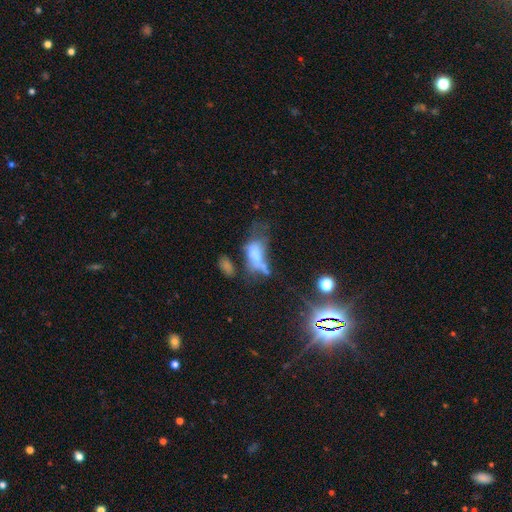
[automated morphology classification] Smooth or featured?
  - smooth: 52% *
  - featured or disk: 33%
  - star or artifact: 14%
How rounded?
  - in between: 84% *
  - cigar-shaped: 8%
  - round: 7%
Merging?
  - major disturbance: 37% *
  - merger: 31%
  - none: 17%
  - minor disturbance: 15%